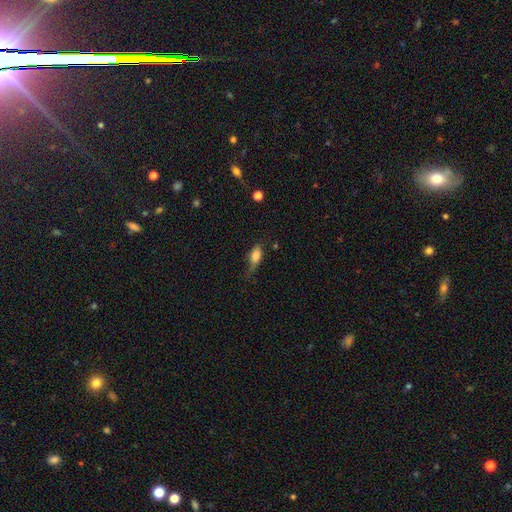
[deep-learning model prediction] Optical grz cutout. It shows a smooth galaxy with no disk features (78%) that is in between round and cigar-shaped (80%). Merging: none (49%).